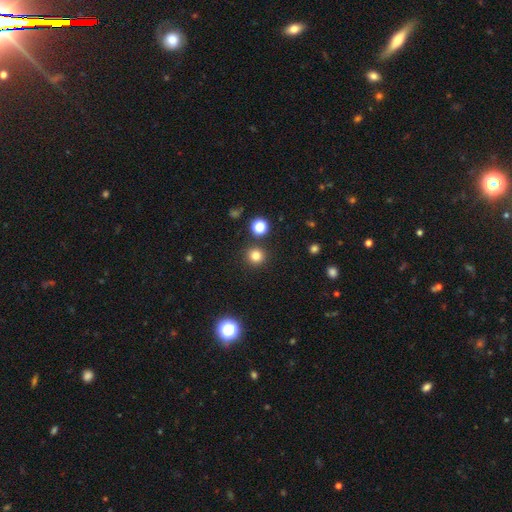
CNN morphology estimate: A smooth galaxy with no disk features (80%) that is round (94%).

Vote fractions:
- Smooth or featured? smooth: 80% / star or artifact: 15% / featured or disk: 5%
- How rounded? round: 94% / in between: 5% / cigar-shaped: 1%
- Merging? none: 89% / minor disturbance: 5% / merger: 3% / major disturbance: 2%